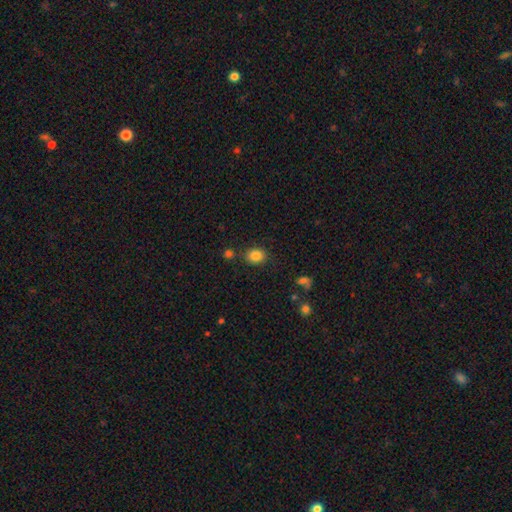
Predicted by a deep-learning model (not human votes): Overall: smooth (85%). How rounded: round (50%; in between 49%). Merging: none (79%).